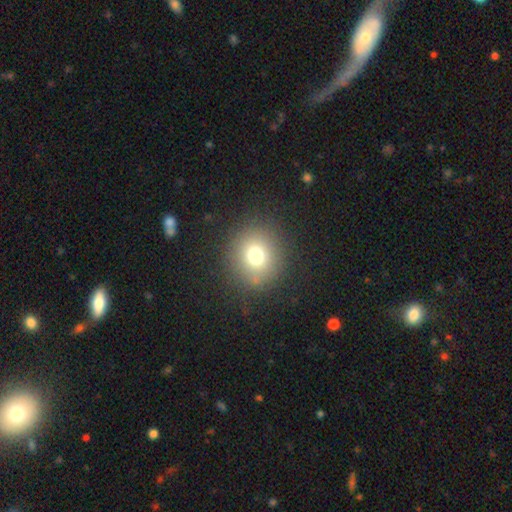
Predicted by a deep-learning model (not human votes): Smooth or featured? smooth (72%)
How rounded? round (88%)
Merging? none (86%)